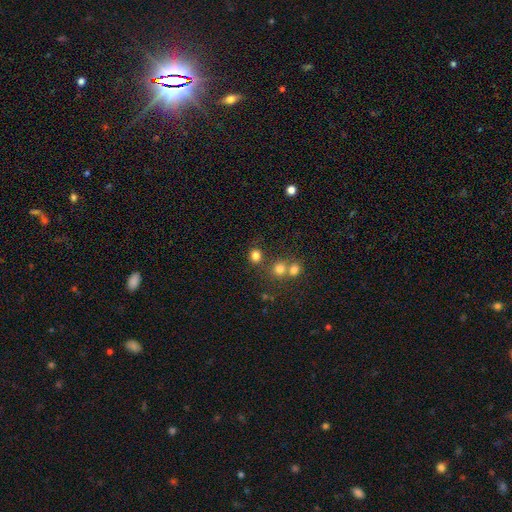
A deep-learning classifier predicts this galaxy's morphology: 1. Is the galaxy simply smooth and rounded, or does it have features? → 79% smooth, 15% star or artifact, 6% featured or disk.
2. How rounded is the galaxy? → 83% round, 16% in between, 1% cigar-shaped.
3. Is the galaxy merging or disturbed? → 68% none, 20% merger, 8% minor disturbance, 4% major disturbance.